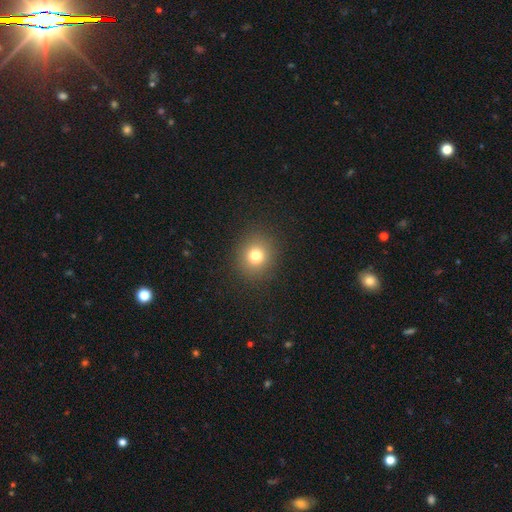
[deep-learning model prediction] This is likely a smooth galaxy (76%). How rounded: likely round (79%). Merging: clearly none (89%).